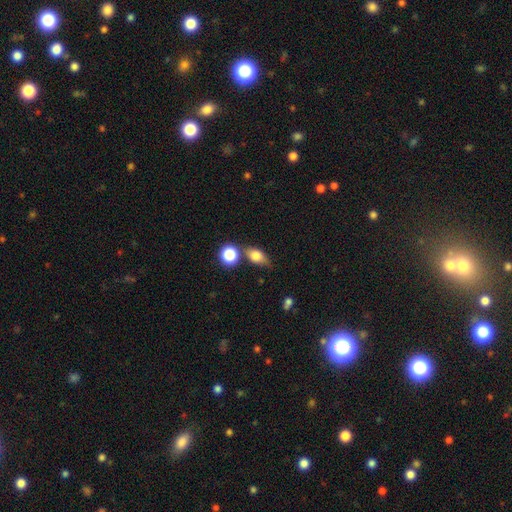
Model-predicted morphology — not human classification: Smooth or featured? Predicted: smooth (p=0.75). How rounded? Predicted: in between (p=0.69). Merging? Predicted: none (p=0.58).